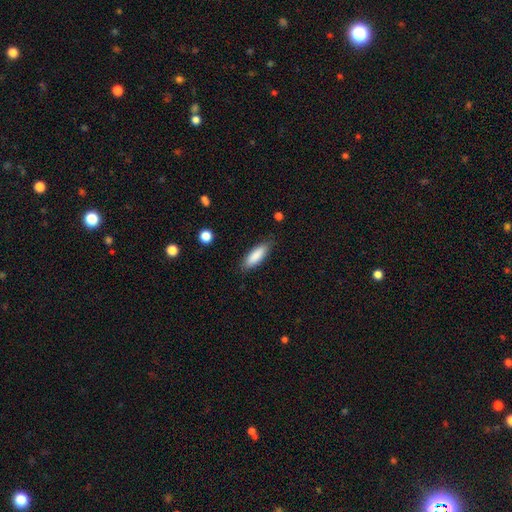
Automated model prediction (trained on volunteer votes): Morphology: type=smooth (87%); roundness=in between (53%); merging=none (83%).